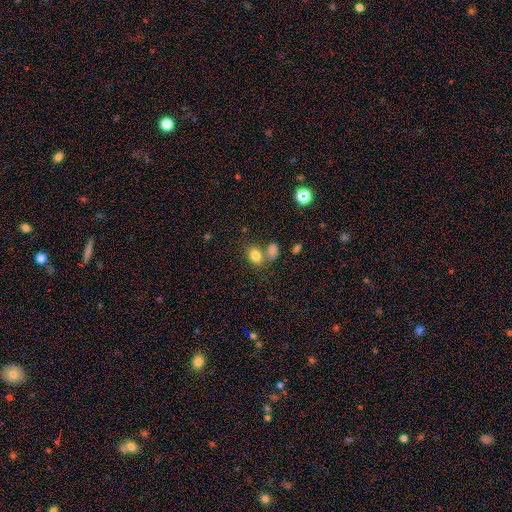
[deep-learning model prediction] A smooth galaxy with no disk features (80%) that is in between round and cigar-shaped (52%).

Vote fractions:
- Smooth or featured? smooth: 80% / star or artifact: 12% / featured or disk: 8%
- How rounded? in between: 52% / round: 47% / cigar-shaped: 1%
- Merging? none: 54% / merger: 29% / minor disturbance: 12% / major disturbance: 5%